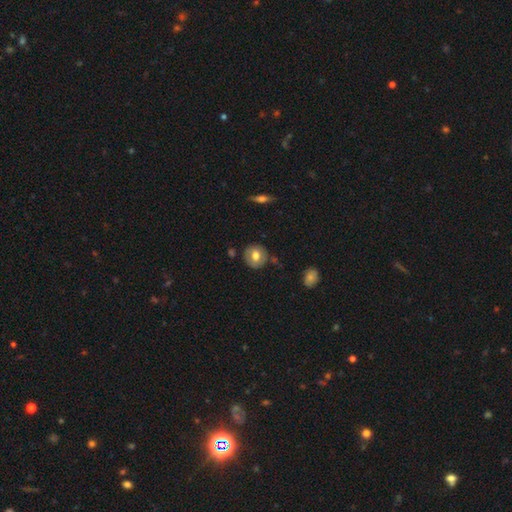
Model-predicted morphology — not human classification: Smooth or featured? Predicted: smooth (p=0.68). How rounded? Predicted: round (p=0.87). Merging? Predicted: none (p=0.83).